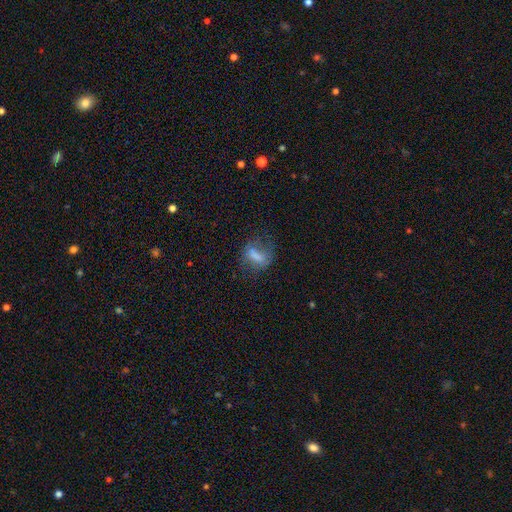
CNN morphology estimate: The model was most divided on "smooth or featured": smooth: 52%, featured or disk: 33%, star or artifact: 15%. More confident: how rounded — in between (64%); merging — none (52%).